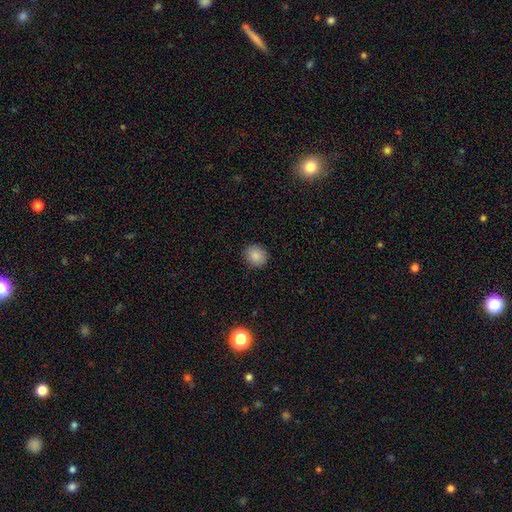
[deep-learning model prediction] Smooth or featured? Predicted: smooth (p=0.86). How rounded? Predicted: round (p=0.80). Merging? Predicted: none (p=0.90).